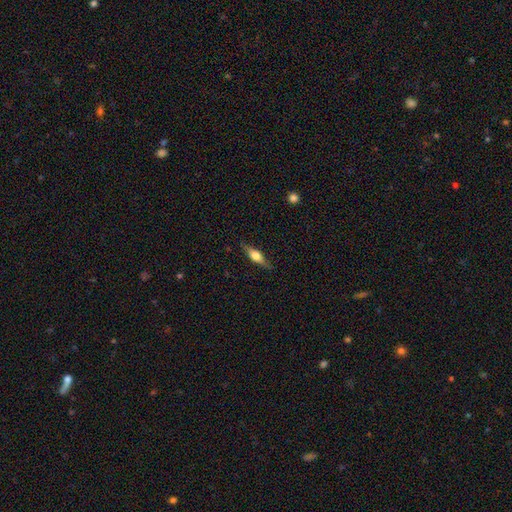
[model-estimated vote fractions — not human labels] This appears to be a featured or disk galaxy (61%) viewed edge-on (95%) with a rounded central bulge (91%). Merging: none (86%).